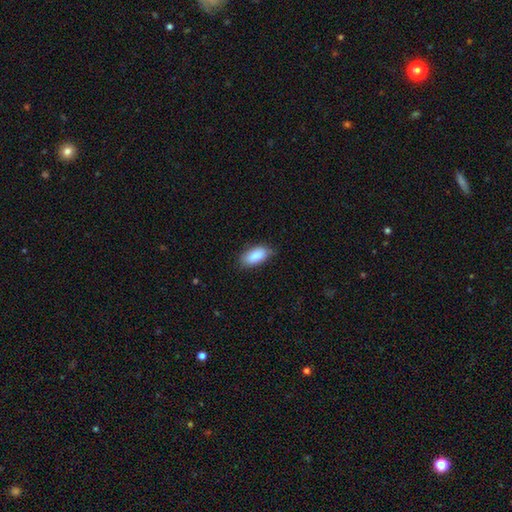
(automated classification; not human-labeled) smooth 87%, featured or disk 7%, star or artifact 6%. Down the decision tree: how rounded — in between (91%); merging — none (76%).